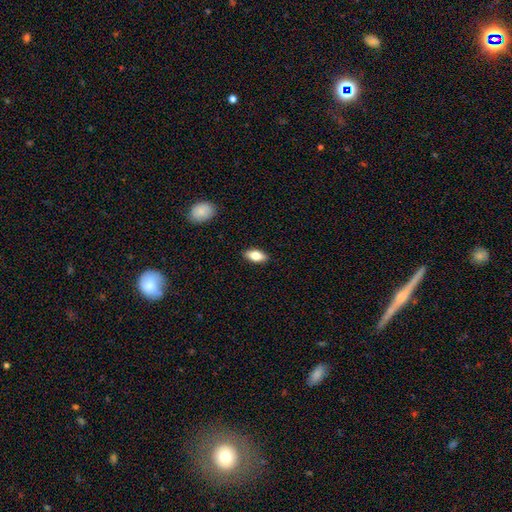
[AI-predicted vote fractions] This is likely a smooth galaxy (76%). How rounded: clearly in between (87%). Merging: clearly none (89%).